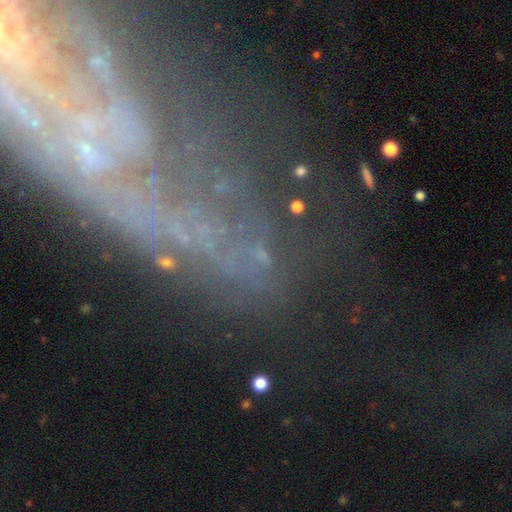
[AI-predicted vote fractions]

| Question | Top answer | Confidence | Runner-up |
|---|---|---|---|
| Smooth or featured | featured or disk | 40% | star or artifact (39%) |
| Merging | none | 58% | minor disturbance (17%) |